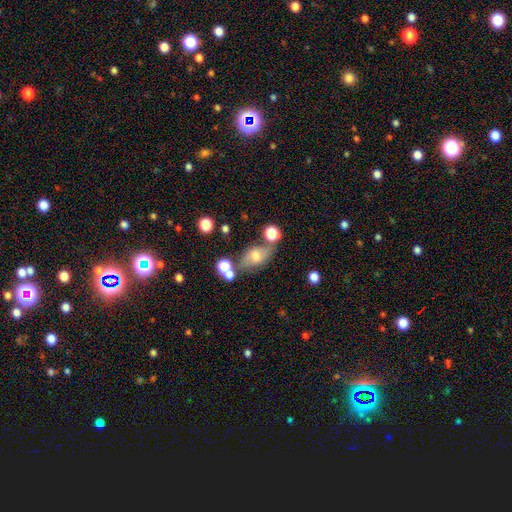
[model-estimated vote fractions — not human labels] The model was most divided on "smooth or featured": smooth: 59%, featured or disk: 29%, star or artifact: 12%. More confident: how rounded — in between (76%); merging — none (59%).